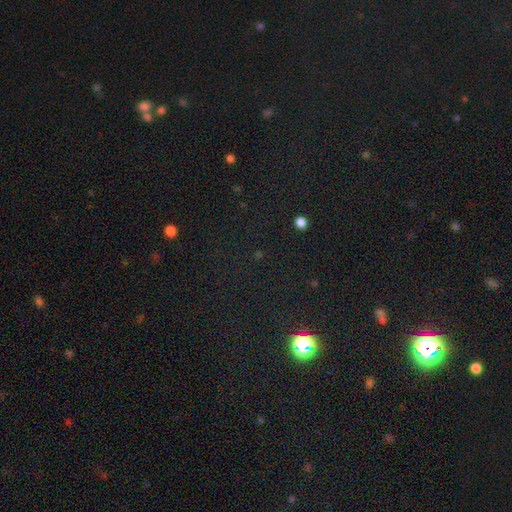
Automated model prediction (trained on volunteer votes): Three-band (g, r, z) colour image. It shows a star or artifact, not a galaxy (72%).